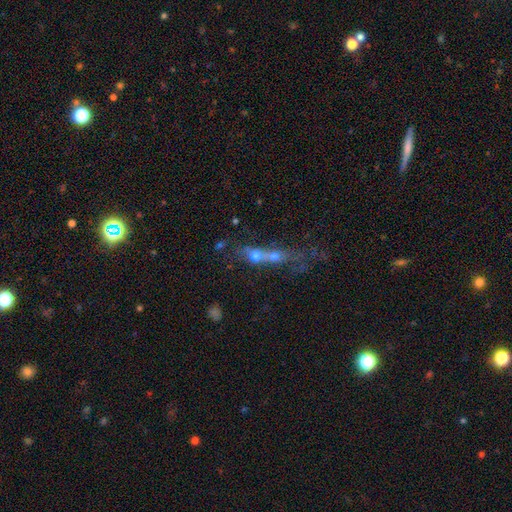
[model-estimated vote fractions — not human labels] smooth-or-featured: smooth: 57% | featured or disk: 28% | star or artifact: 15%
  how-rounded: round: 42% | in between: 36% | cigar-shaped: 22%
  merging: merger: 71% | none: 15% | major disturbance: 8% | minor disturbance: 6%